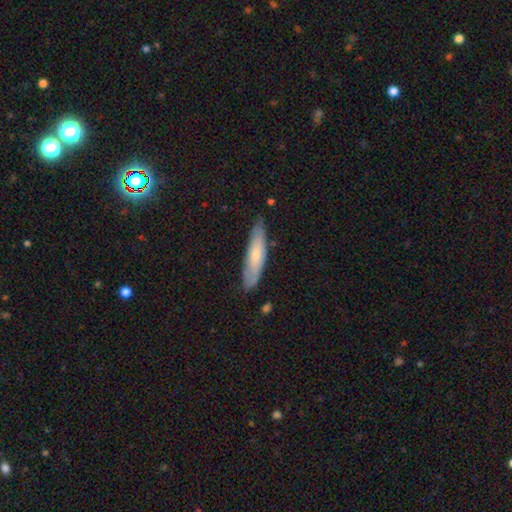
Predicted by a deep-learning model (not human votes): Smooth or featured? smooth (59%)
How rounded? cigar-shaped (75%)
Merging? none (80%)